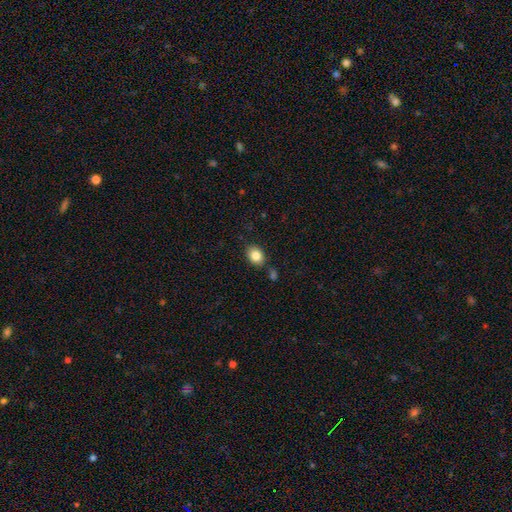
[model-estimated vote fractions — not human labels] This appears to be a smooth galaxy with no disk features (84%) that is in between round and cigar-shaped (60%). Merging: none (80%).